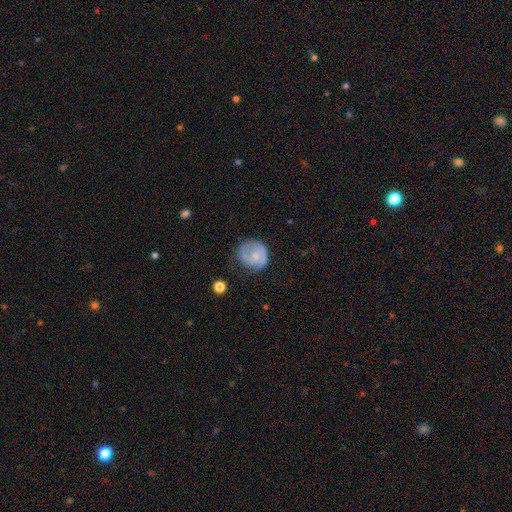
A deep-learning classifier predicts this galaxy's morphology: smooth 59%, featured or disk 34%, star or artifact 7%. Down the decision tree: how rounded — round (84%); merging — none (60%).